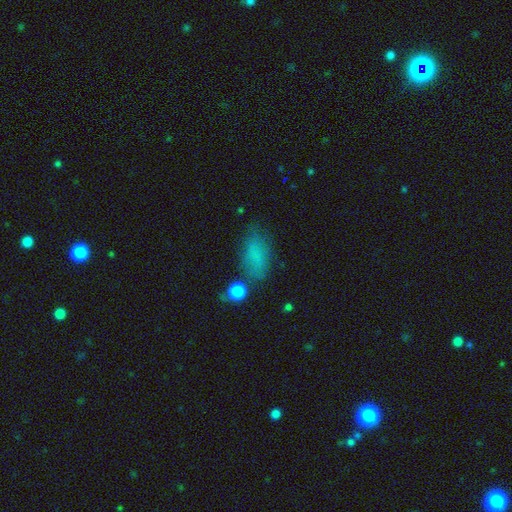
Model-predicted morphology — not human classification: A smooth galaxy with no disk features (73%) that is in between round and cigar-shaped (86%).

Vote fractions:
- Smooth or featured? smooth: 73% / star or artifact: 14% / featured or disk: 12%
- How rounded? in between: 86% / round: 7% / cigar-shaped: 7%
- Merging? none: 60% / minor disturbance: 23% / major disturbance: 11% / merger: 6%